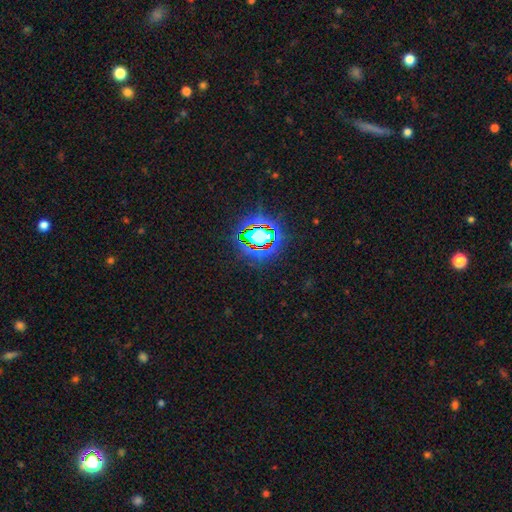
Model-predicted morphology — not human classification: This appears to be a star or artifact, not a galaxy (82%).